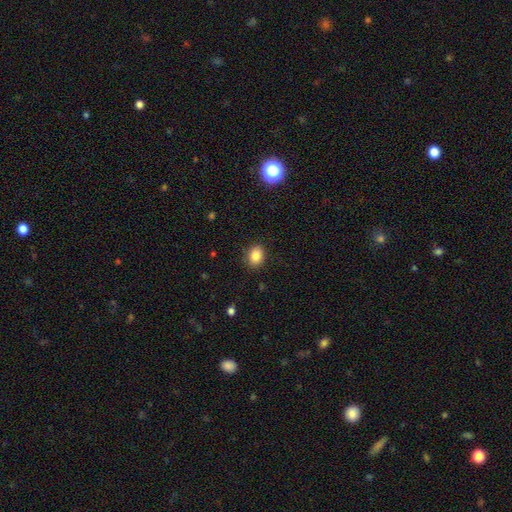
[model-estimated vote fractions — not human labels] smooth_or_featured: smooth (p=0.85) [alt: star or artifact p=0.10]
how_rounded: in between (p=0.54) [alt: round p=0.45]
merging: none (p=0.87) [alt: minor disturbance p=0.10]